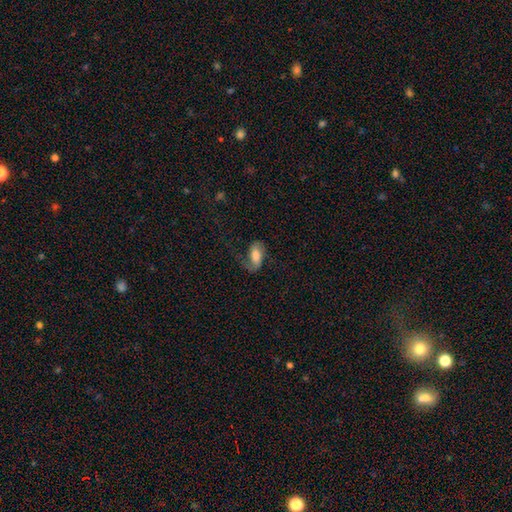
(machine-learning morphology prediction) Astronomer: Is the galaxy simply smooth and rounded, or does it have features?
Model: smooth — 47% (runner-up: featured or disk, 45%).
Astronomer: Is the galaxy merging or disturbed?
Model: none — 50% (runner-up: major disturbance, 27%).